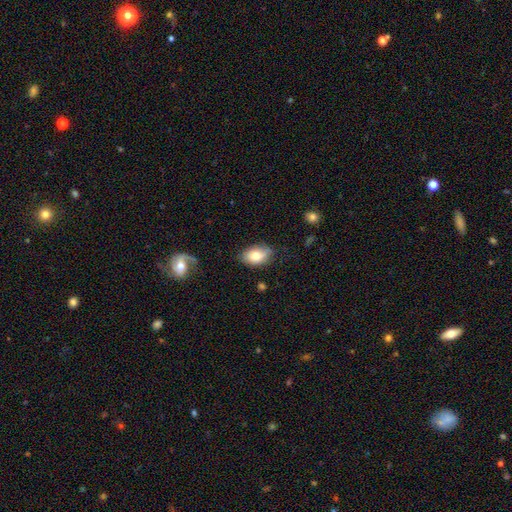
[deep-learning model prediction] Q: Smooth or featured?
A: smooth (74%); runner-up: featured or disk (18%)
Q: How rounded?
A: in between (90%); runner-up: round (9%)
Q: Merging?
A: none (70%); runner-up: minor disturbance (23%)